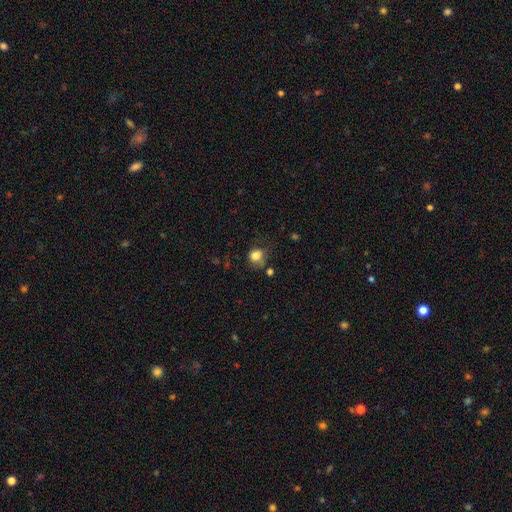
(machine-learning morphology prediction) smooth_or_featured: smooth (p=0.81) [alt: star or artifact p=0.11]
how_rounded: round (p=0.70) [alt: in between p=0.29]
merging: none (p=0.55) [alt: minor disturbance p=0.26]